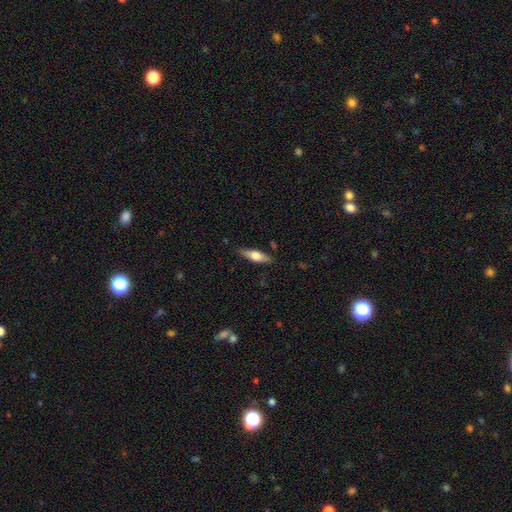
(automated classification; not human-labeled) A smooth galaxy with no disk features (58%) that is cigar-shaped (52%). Merging: none (83%).